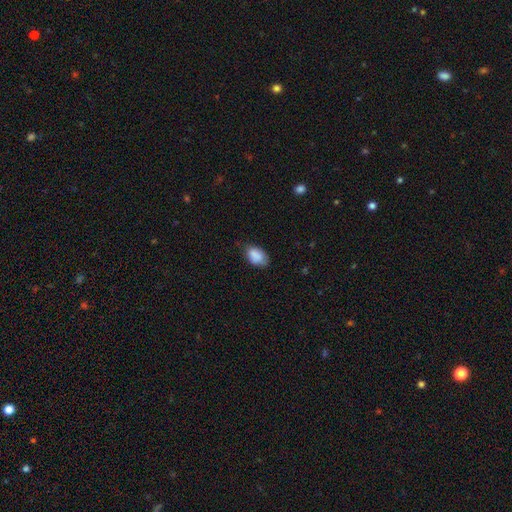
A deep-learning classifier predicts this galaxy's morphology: This appears to be a smooth galaxy with no disk features (86%) that is in between round and cigar-shaped (88%). Merging: none (66%).